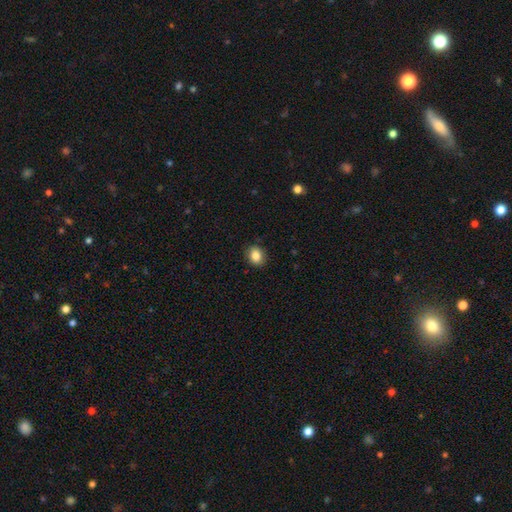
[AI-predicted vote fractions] A smooth galaxy with no disk features (85%) that is round (55%).

Vote fractions:
- Smooth or featured? smooth: 85% / star or artifact: 9% / featured or disk: 6%
- How rounded? round: 55% / in between: 44% / cigar-shaped: 1%
- Merging? none: 90% / minor disturbance: 7% / major disturbance: 2% / merger: 1%